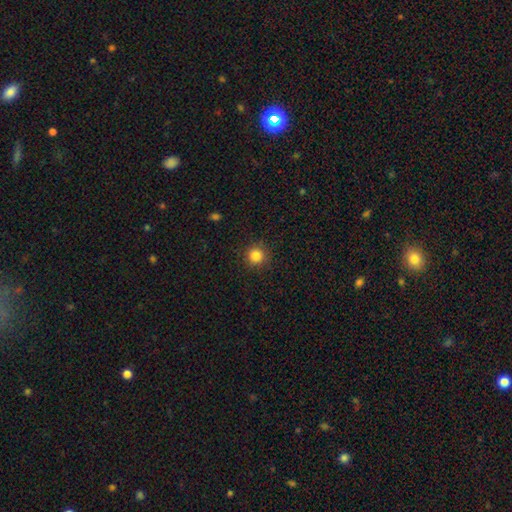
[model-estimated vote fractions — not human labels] This is clearly a smooth galaxy (84%). How rounded: clearly round (95%). Merging: clearly none (90%).